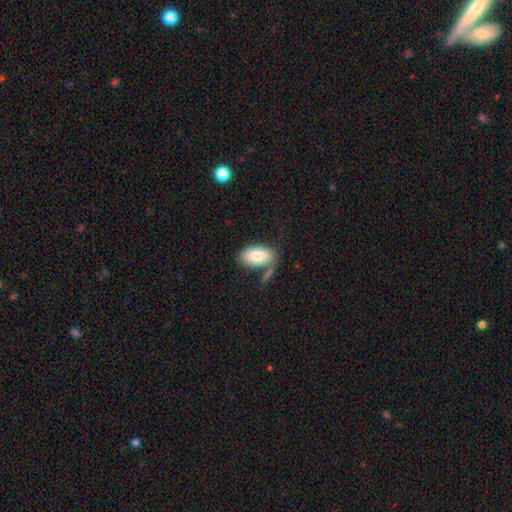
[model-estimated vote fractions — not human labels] Q: Smooth or featured?
A: smooth (80%); runner-up: featured or disk (14%)
Q: How rounded?
A: in between (93%); runner-up: round (4%)
Q: Merging?
A: none (54%); runner-up: minor disturbance (19%)